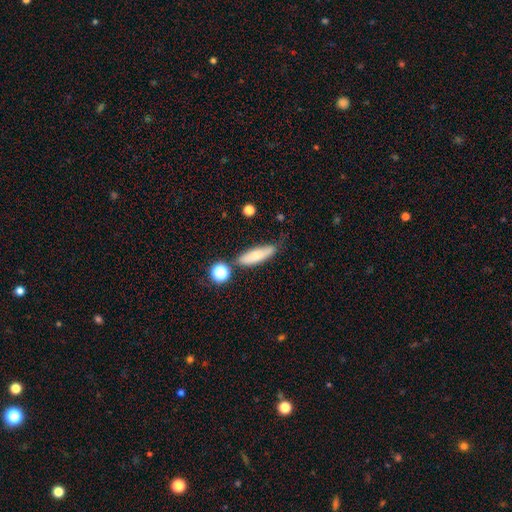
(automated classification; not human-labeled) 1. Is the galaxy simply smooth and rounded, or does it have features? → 75% smooth, 17% featured or disk, 8% star or artifact.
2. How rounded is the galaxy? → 50% cigar-shaped, 47% in between, 3% round.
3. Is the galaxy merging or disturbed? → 68% none, 20% minor disturbance, 8% merger, 5% major disturbance.